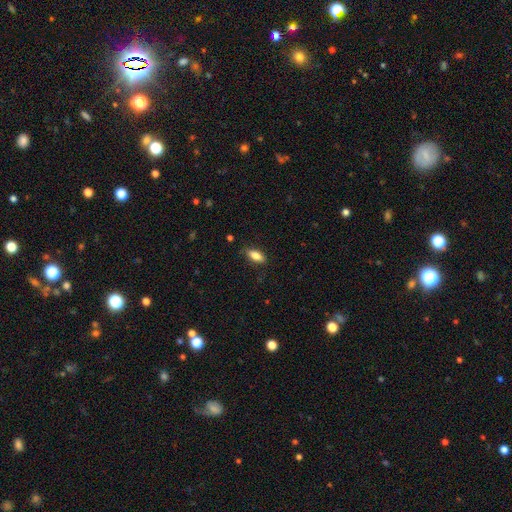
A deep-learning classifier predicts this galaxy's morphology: smooth 82%, featured or disk 11%, star or artifact 7%. Down the decision tree: how rounded — in between (79%); merging — none (80%).